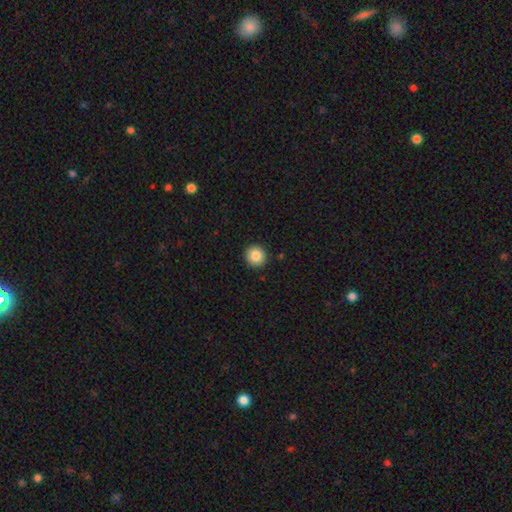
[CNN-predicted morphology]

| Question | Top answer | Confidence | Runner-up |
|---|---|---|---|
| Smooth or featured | smooth | 85% | star or artifact (9%) |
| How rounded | round | 94% | in between (5%) |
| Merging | none | 93% | minor disturbance (5%) |